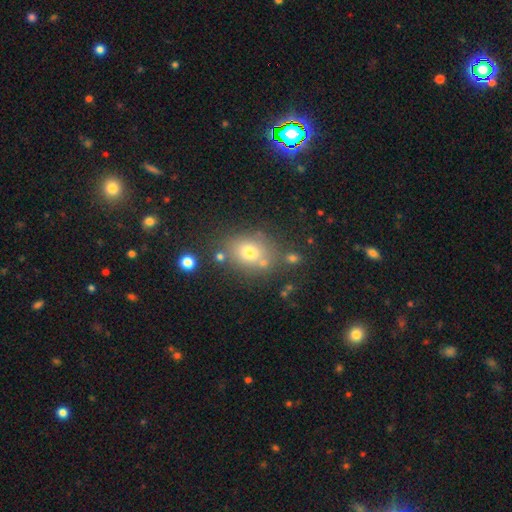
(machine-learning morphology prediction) The model was most divided on "how rounded": round: 54%, in between: 44%, cigar-shaped: 1%. More confident: merging — none (74%); smooth or featured — smooth (61%).